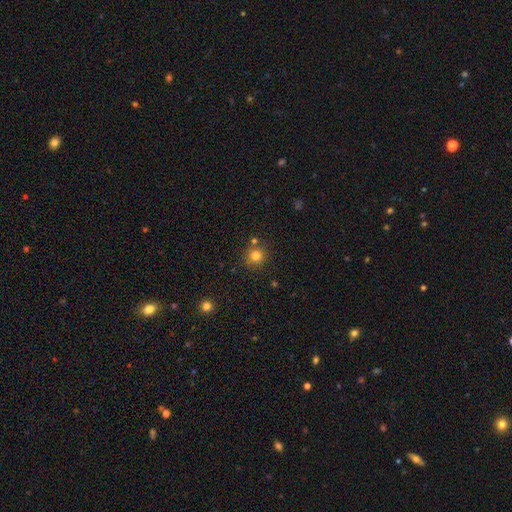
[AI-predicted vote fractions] Q: Smooth or featured?
A: smooth (78%); runner-up: star or artifact (15%)
Q: How rounded?
A: round (92%); runner-up: in between (7%)
Q: Merging?
A: none (78%); runner-up: merger (10%)